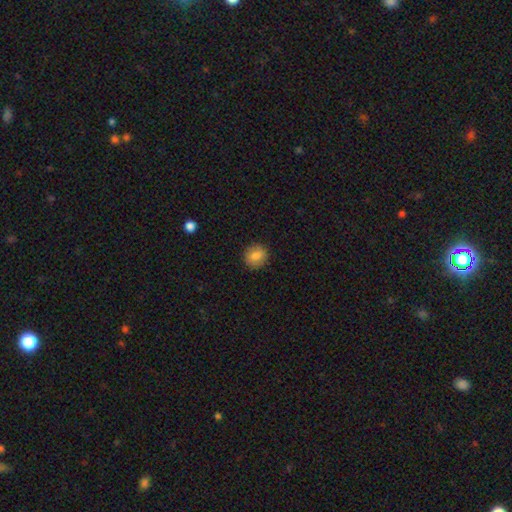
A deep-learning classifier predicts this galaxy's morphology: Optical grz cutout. It shows a smooth galaxy with no disk features (83%) that is round (80%). Merging: none (88%).